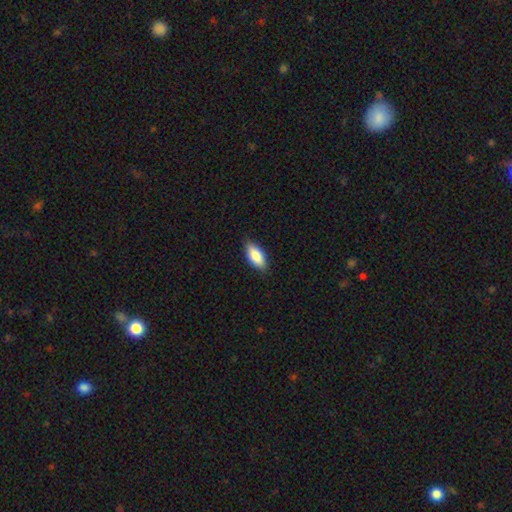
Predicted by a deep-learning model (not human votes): A smooth galaxy with no disk features (83%) that is in between round and cigar-shaped (86%). Merging: none (85%).